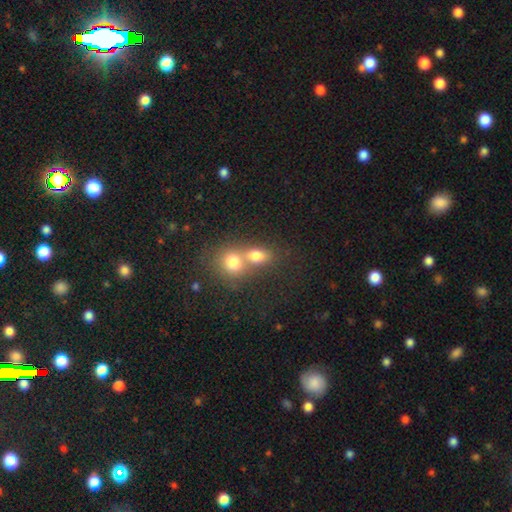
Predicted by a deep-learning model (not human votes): A smooth galaxy with no disk features (77%) that is in between round and cigar-shaped (52%). Merging: merger (61%).